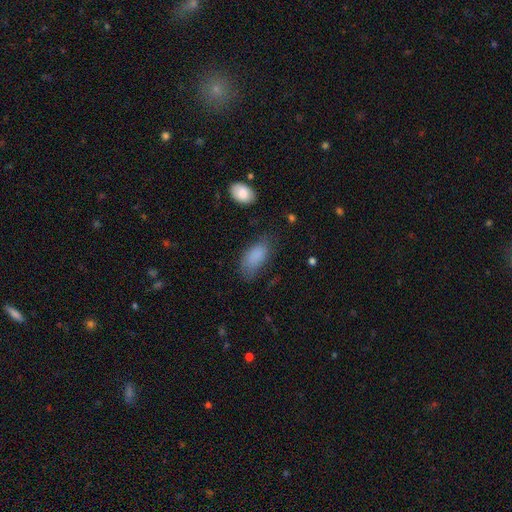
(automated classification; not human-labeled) Smooth or featured?
  - smooth: 86% *
  - star or artifact: 8%
  - featured or disk: 6%
How rounded?
  - in between: 92% *
  - cigar-shaped: 5%
  - round: 3%
Merging?
  - none: 63% *
  - minor disturbance: 25%
  - major disturbance: 10%
  - merger: 2%